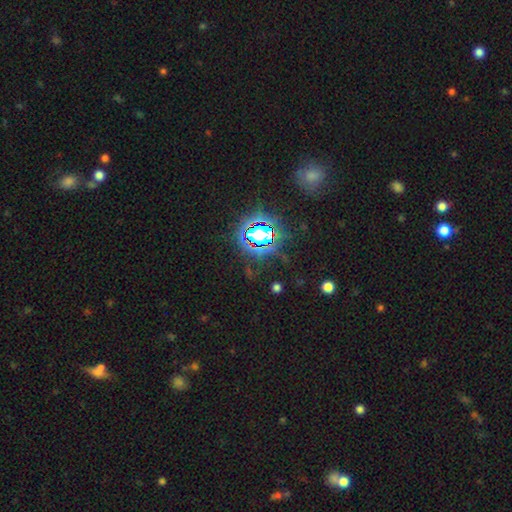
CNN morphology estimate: Smooth or featured? star or artifact (79%)